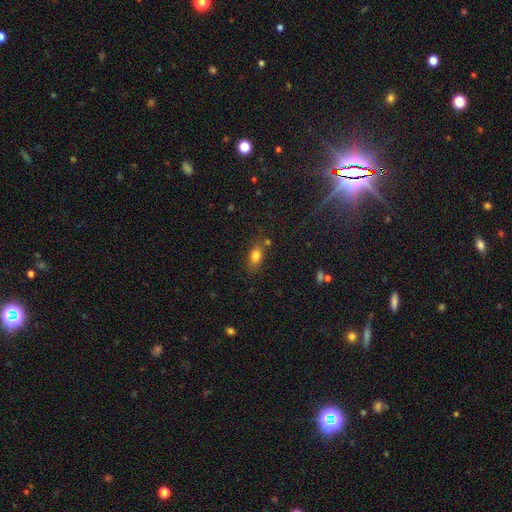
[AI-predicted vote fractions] smooth-or-featured: smooth: 80% | star or artifact: 11% | featured or disk: 10%
  how-rounded: in between: 80% | round: 12% | cigar-shaped: 7%
  merging: none: 72% | minor disturbance: 16% | merger: 7% | major disturbance: 5%